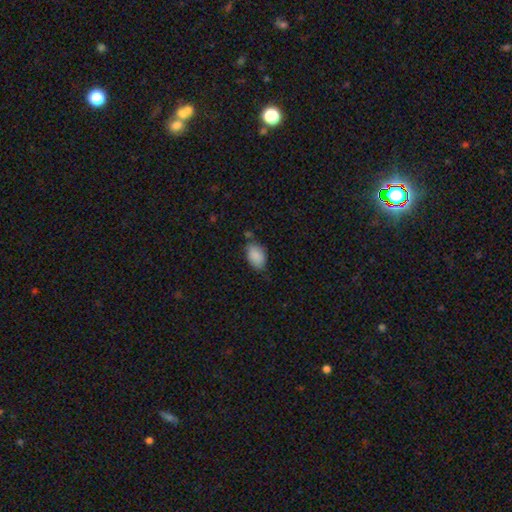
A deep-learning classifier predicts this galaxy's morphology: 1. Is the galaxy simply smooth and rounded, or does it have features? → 88% smooth, 7% star or artifact, 5% featured or disk.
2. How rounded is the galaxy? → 90% in between, 9% round, 1% cigar-shaped.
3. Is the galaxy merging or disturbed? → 66% none, 25% minor disturbance, 5% major disturbance, 4% merger.